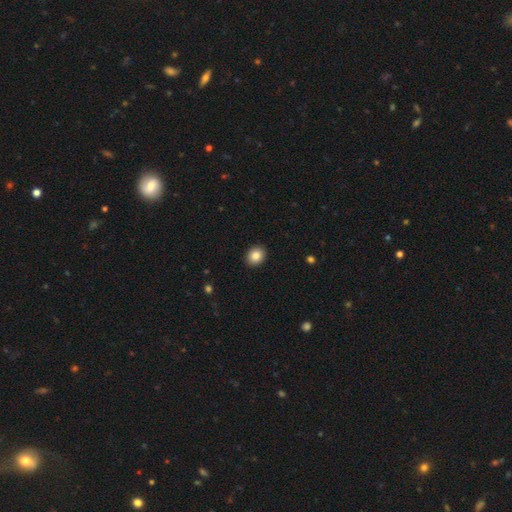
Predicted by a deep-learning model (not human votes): Smooth or featured? smooth (86%)
How rounded? round (61%)
Merging? none (92%)